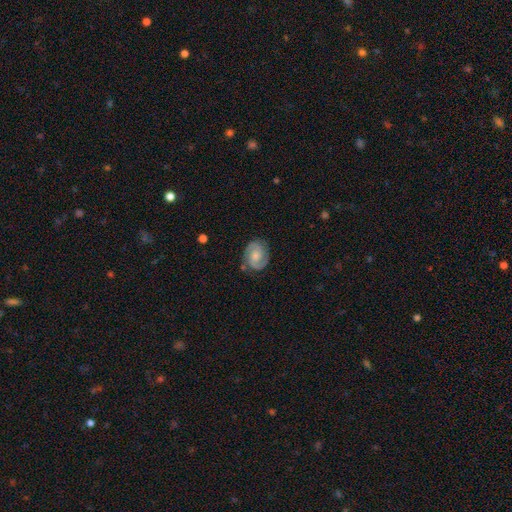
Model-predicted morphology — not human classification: Smooth or featured?
  - featured or disk: 84% *
  - smooth: 10%
  - star or artifact: 5%
Edge-on disk?
  - no: 98% *
  - yes: 2%
Bar?
  - no: 60% *
  - weak: 33%
  - strong: 7%
Spiral arms?
  - yes: 97% *
  - no: 3%
Spiral winding?
  - tight: 49% *
  - medium: 43%
  - loose: 9%
Spiral arm count?
  - 2: 91% *
  - can't tell: 4%
  - 1: 2%
  - 3: 2%
  - 4: 1%
  - more than 4: 1%
Bulge size?
  - moderate: 42% *
  - small: 41%
  - none: 11%
  - large: 4%
  - dominant: 1%
Merging?
  - none: 80% *
  - minor disturbance: 14%
  - major disturbance: 4%
  - merger: 2%